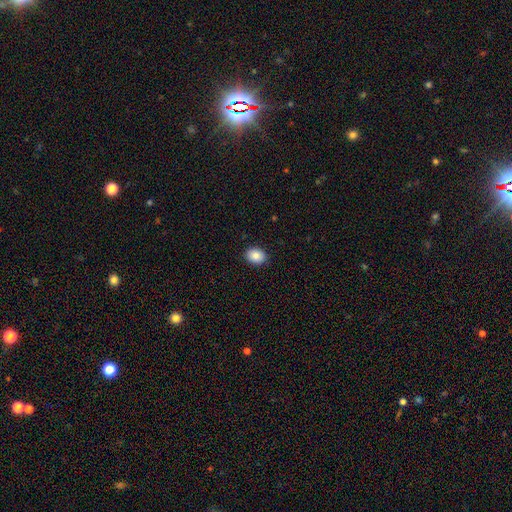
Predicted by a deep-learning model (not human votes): Smooth or featured?
  - smooth: 86% *
  - star or artifact: 8%
  - featured or disk: 6%
How rounded?
  - in between: 65% *
  - round: 34%
  - cigar-shaped: 1%
Merging?
  - none: 90% *
  - minor disturbance: 7%
  - major disturbance: 2%
  - merger: 1%